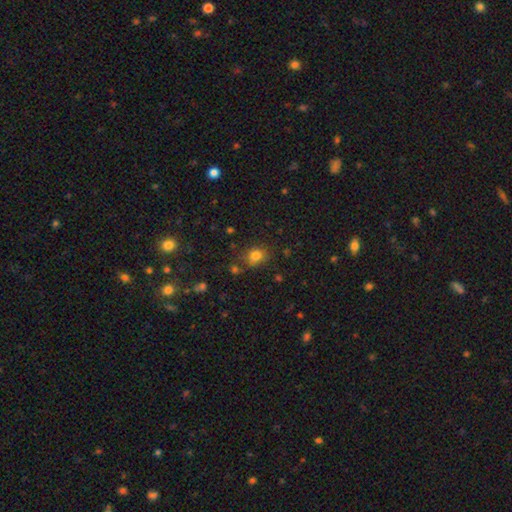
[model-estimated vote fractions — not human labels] Q: Smooth or featured?
A: smooth (79%); runner-up: star or artifact (14%)
Q: How rounded?
A: round (65%); runner-up: in between (34%)
Q: Merging?
A: none (73%); runner-up: minor disturbance (16%)